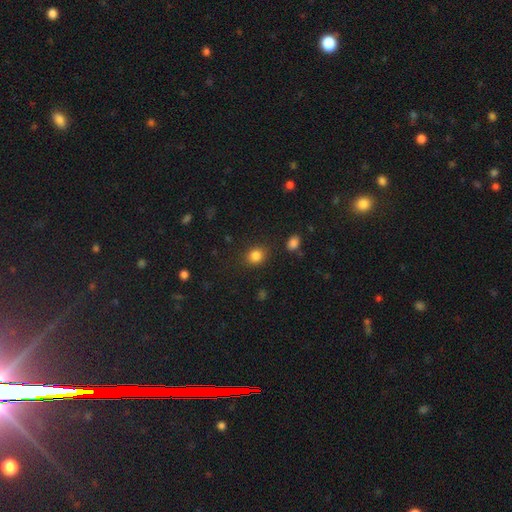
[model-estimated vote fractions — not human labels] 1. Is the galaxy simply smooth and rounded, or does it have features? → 84% smooth, 11% star or artifact, 5% featured or disk.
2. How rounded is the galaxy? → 69% round, 30% in between, 1% cigar-shaped.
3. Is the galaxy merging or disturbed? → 85% none, 10% minor disturbance, 3% major disturbance, 2% merger.